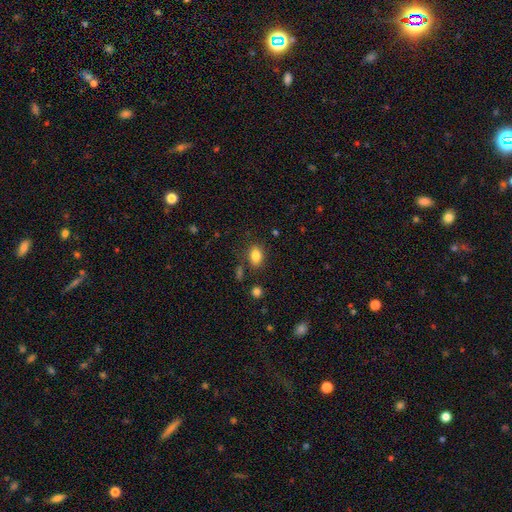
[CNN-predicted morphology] smooth-or-featured: smooth: 84% | star or artifact: 10% | featured or disk: 6%
  how-rounded: in between: 80% | round: 19% | cigar-shaped: 2%
  merging: none: 77% | minor disturbance: 14% | merger: 5% | major disturbance: 4%